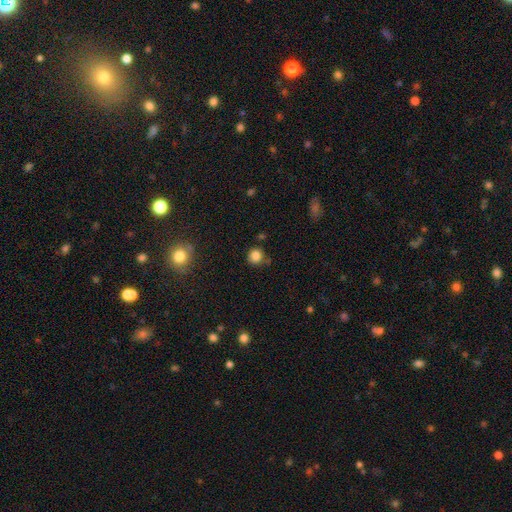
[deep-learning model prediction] A smooth galaxy with no disk features (83%) that is round (89%).

Vote fractions:
- Smooth or featured? smooth: 83% / star or artifact: 12% / featured or disk: 5%
- How rounded? round: 89% / in between: 10% / cigar-shaped: 1%
- Merging? none: 77% / minor disturbance: 14% / merger: 5% / major disturbance: 4%